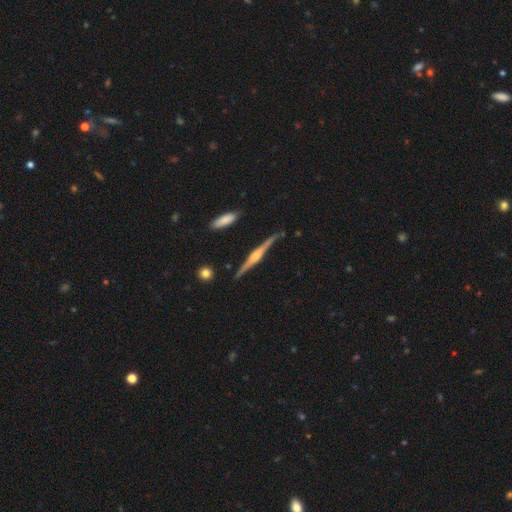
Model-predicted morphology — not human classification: A featured or disk galaxy (83%) viewed edge-on (98%) with a rounded central bulge (70%). Merging: none (86%).